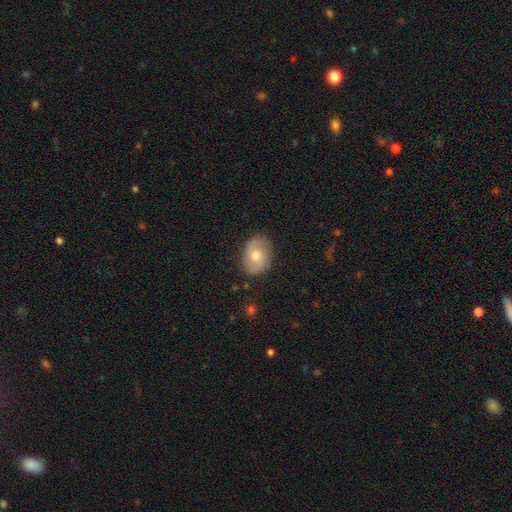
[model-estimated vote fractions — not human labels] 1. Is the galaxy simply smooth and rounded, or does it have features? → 53% featured or disk, 40% smooth, 7% star or artifact.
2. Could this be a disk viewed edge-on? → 96% no, 4% yes.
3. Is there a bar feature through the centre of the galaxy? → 65% no, 30% weak, 5% strong.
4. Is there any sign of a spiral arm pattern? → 80% yes, 20% no.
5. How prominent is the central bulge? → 73% moderate, 18% small, 7% large, 1% none, 1% dominant.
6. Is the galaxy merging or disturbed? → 81% none, 14% minor disturbance, 4% major disturbance, 1% merger.